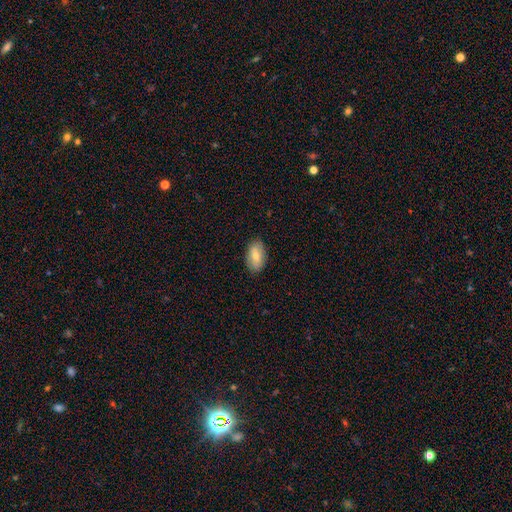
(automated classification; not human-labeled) This appears to be a smooth galaxy with no disk features (74%) that is in between round and cigar-shaped (92%). Merging: none (86%).